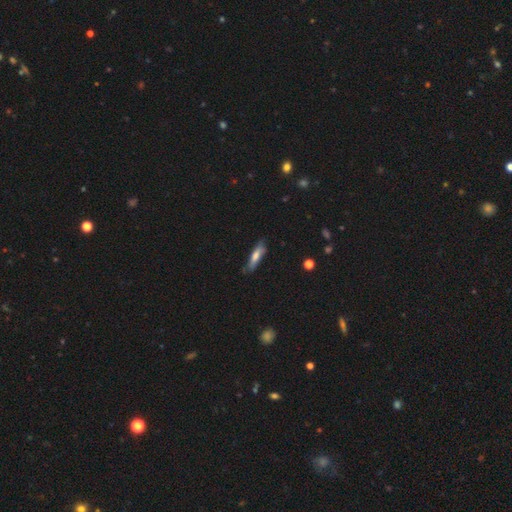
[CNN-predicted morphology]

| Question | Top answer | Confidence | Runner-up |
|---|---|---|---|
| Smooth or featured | smooth | 62% | featured or disk (31%) |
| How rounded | cigar-shaped | 73% | in between (26%) |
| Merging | none | 72% | minor disturbance (22%) |